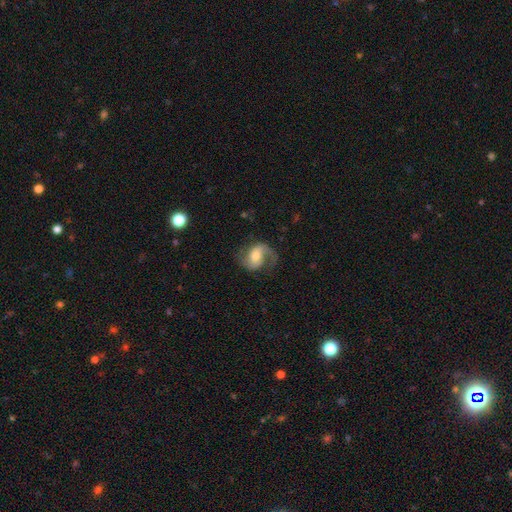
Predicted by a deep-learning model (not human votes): The model was most divided on "bar": no: 42%, weak: 41%, strong: 17%. Remaining: edge-on disk — no (97%); spiral arms — yes (93%); smooth or featured — featured or disk (74%); spiral arm count — 2 (66%); bulge size — moderate (59%); merging — none (58%); spiral winding — loose (44%).